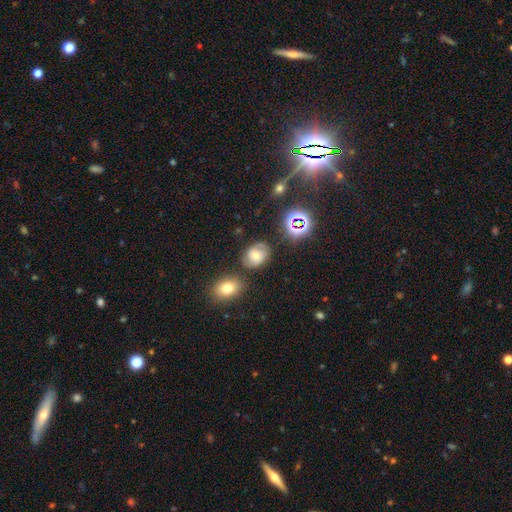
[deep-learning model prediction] smooth_or_featured: smooth (p=0.44) [alt: featured or disk p=0.38]
merging: none (p=0.69) [alt: minor disturbance p=0.19]